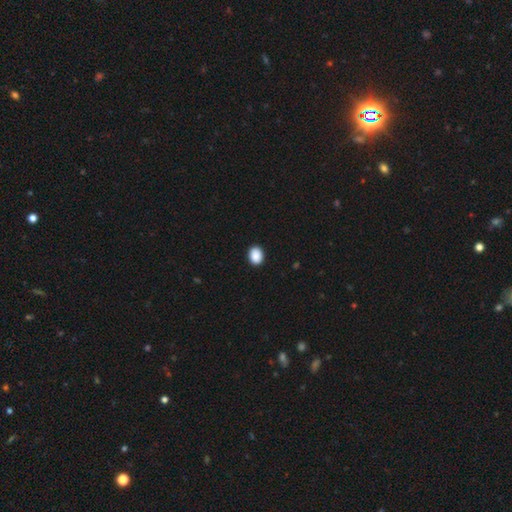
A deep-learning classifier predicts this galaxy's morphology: Smooth or featured? smooth (90%)
How rounded? in between (62%)
Merging? none (91%)